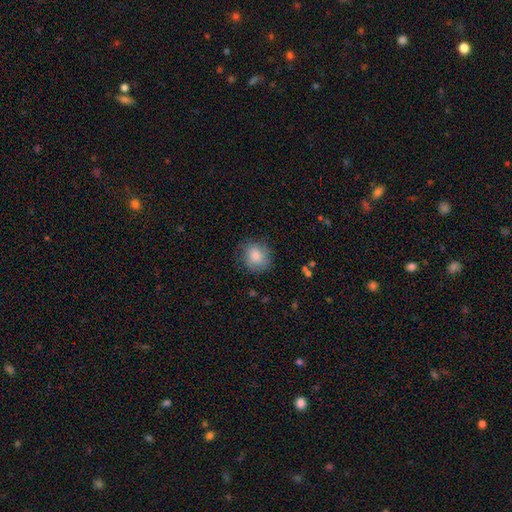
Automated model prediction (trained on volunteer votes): A smooth galaxy with no disk features (82%) that is round (78%).

Vote fractions:
- Smooth or featured? smooth: 82% / featured or disk: 10% / star or artifact: 8%
- How rounded? round: 78% / in between: 21% / cigar-shaped: 1%
- Merging? none: 73% / minor disturbance: 19% / major disturbance: 6% / merger: 1%